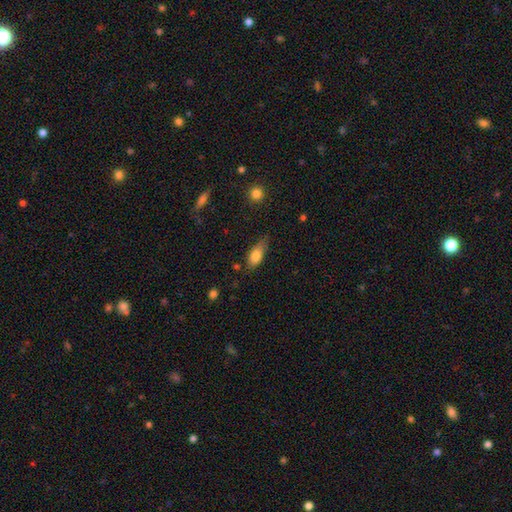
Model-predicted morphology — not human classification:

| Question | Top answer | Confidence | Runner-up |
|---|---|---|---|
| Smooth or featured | smooth | 79% | featured or disk (13%) |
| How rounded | in between | 81% | cigar-shaped (14%) |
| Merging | none | 50% | minor disturbance (37%) |